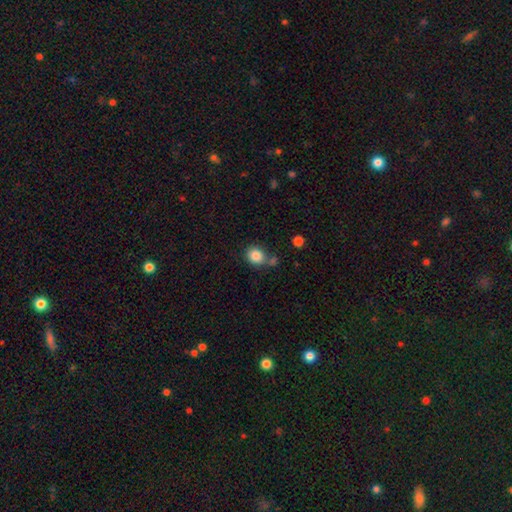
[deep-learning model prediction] Smooth or featured? Predicted: smooth (p=0.84). How rounded? Predicted: round (p=0.74). Merging? Predicted: none (p=0.65).